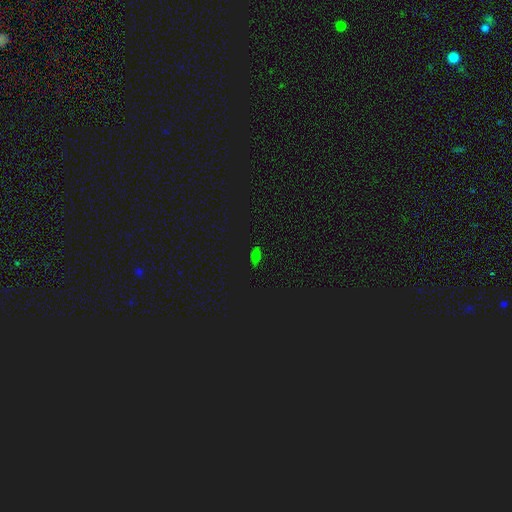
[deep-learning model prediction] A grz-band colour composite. It shows a smooth galaxy with no disk features (63%) that is in between round and cigar-shaped (87%). Merging: none (80%).